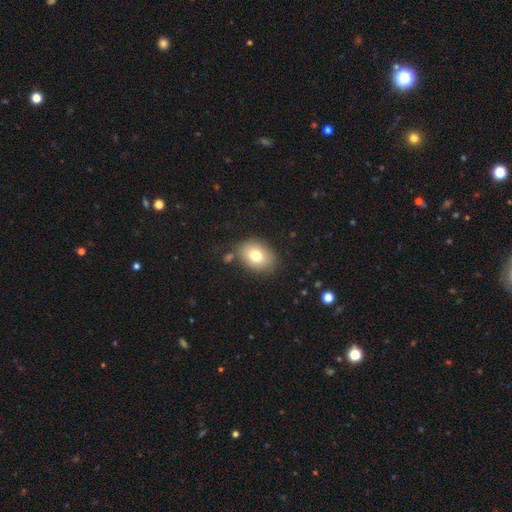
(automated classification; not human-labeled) Smooth or featured? Predicted: smooth (p=0.76). How rounded? Predicted: in between (p=0.69). Merging? Predicted: none (p=0.77).